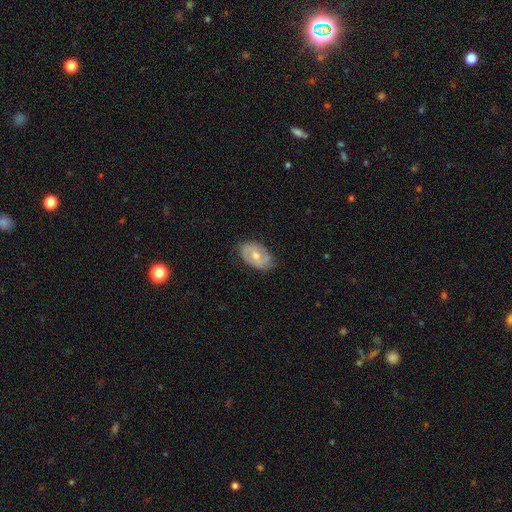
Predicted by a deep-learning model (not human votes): This is possibly a featured or disk galaxy (51%). It is clearly not viewed edge-on (93%). Merging: likely none (75%).